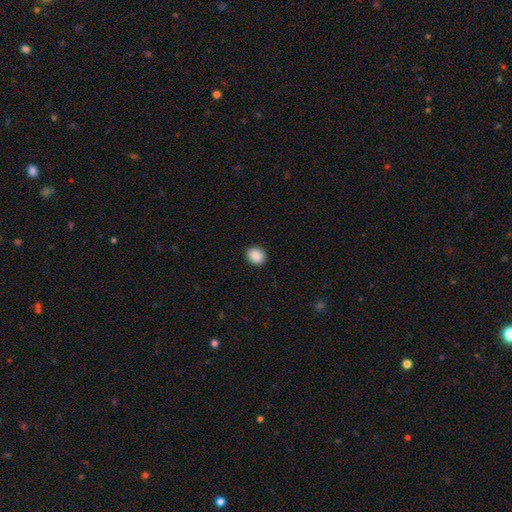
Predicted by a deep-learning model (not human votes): smooth 90%, star or artifact 8%, featured or disk 3%. Down the decision tree: how rounded — round (62%); merging — none (91%).